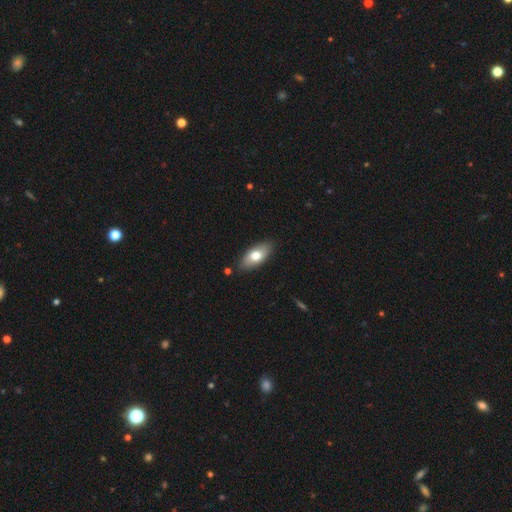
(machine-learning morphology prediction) type=smooth (70%); roundness=in between (87%); merging=none (85%).